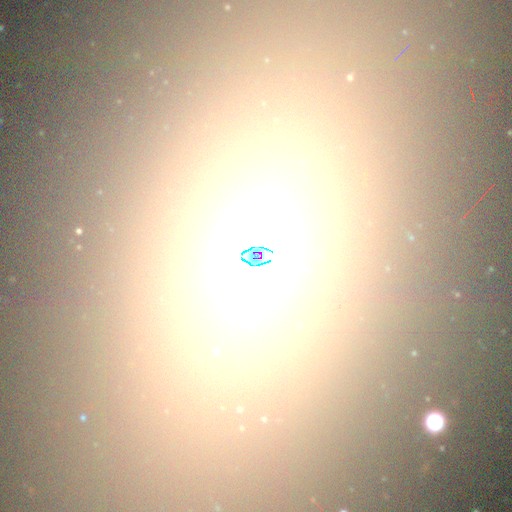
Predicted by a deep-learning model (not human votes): Smooth or featured? Predicted: star or artifact (p=0.42).